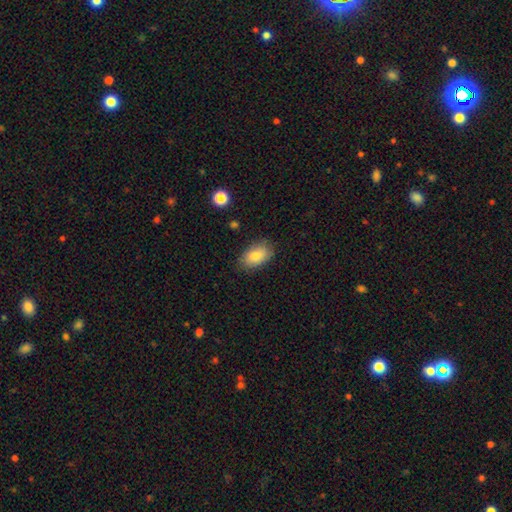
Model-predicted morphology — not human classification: Q: Smooth or featured?
A: smooth (82%); runner-up: featured or disk (11%)
Q: How rounded?
A: in between (91%); runner-up: round (7%)
Q: Merging?
A: none (82%); runner-up: minor disturbance (14%)